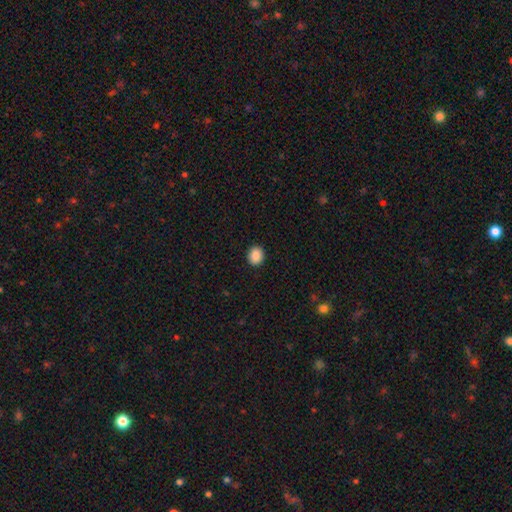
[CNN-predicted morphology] The model was most divided on "how rounded": round: 69%, in between: 30%, cigar-shaped: 1%. More confident: merging — none (92%); smooth or featured — smooth (88%).